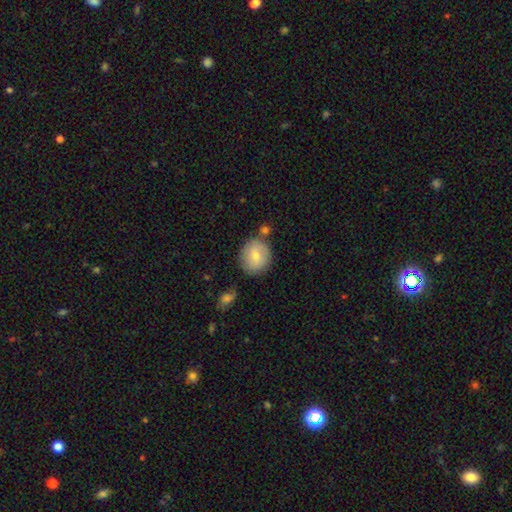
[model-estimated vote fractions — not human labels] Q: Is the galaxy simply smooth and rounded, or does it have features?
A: smooth — 73%.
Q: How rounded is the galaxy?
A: round — 82%.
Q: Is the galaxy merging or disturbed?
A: none — 73%.